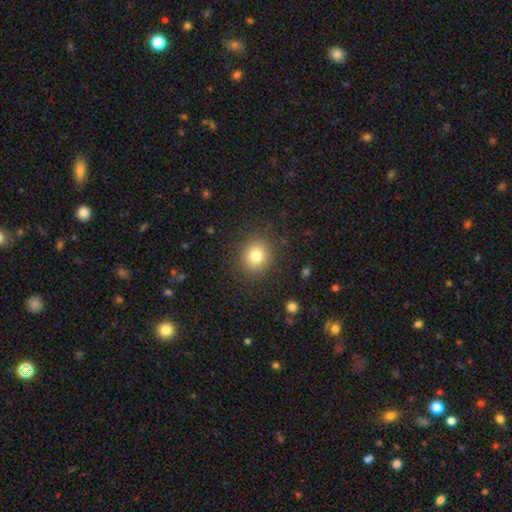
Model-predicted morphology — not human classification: This appears to be a smooth galaxy with no disk features (81%) that is round (80%). Merging: none (87%).